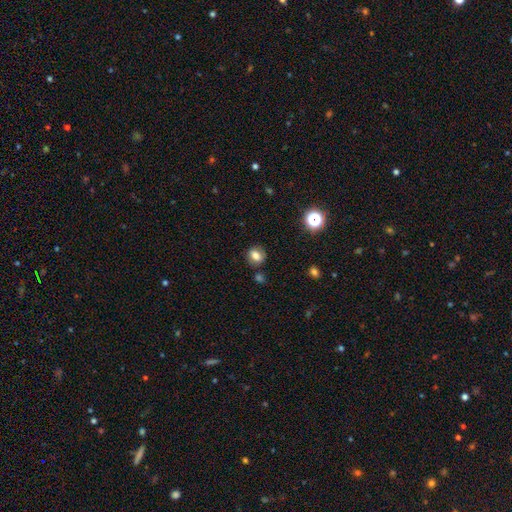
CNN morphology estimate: A smooth galaxy with no disk features (75%) that is round (54%).

Vote fractions:
- Smooth or featured? smooth: 75% / featured or disk: 13% / star or artifact: 12%
- How rounded? round: 54% / in between: 45% / cigar-shaped: 1%
- Merging? none: 79% / minor disturbance: 12% / merger: 5% / major disturbance: 4%